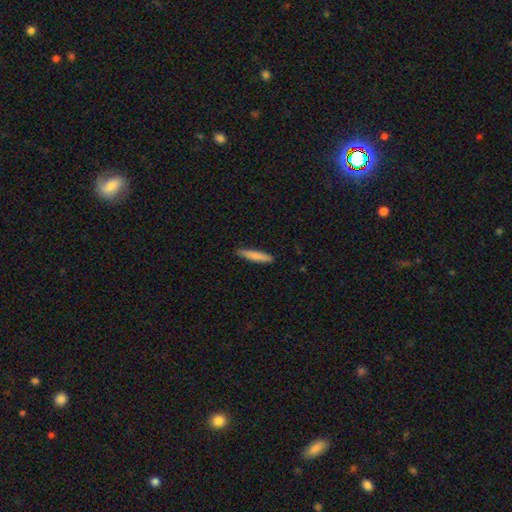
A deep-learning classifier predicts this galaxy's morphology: Smooth or featured: smooth — 82% (featured or disk — 12%)
How rounded: cigar-shaped — 90% (in between — 9%)
Merging: none — 86% (minor disturbance — 11%)